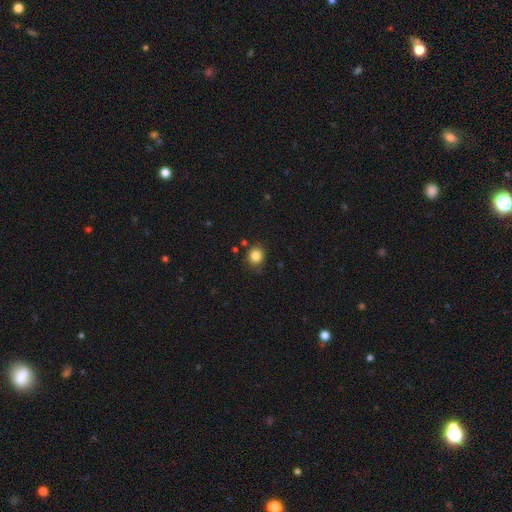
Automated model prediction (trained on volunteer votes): smooth_or_featured: smooth (p=0.84) [alt: star or artifact p=0.11]
how_rounded: round (p=0.82) [alt: in between p=0.17]
merging: none (p=0.82) [alt: minor disturbance p=0.12]